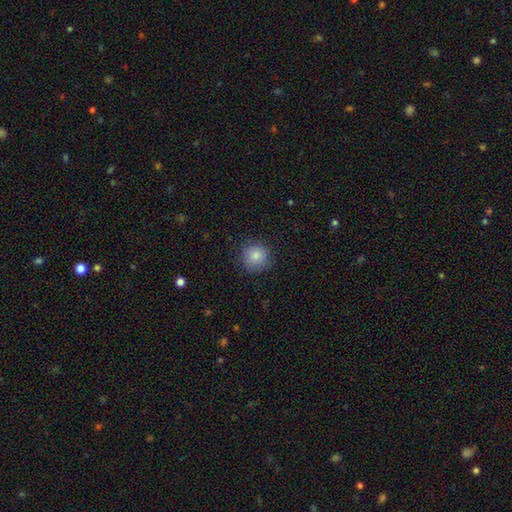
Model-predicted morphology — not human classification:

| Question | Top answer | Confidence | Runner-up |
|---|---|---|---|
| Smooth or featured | smooth | 85% | star or artifact (9%) |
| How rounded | round | 92% | in between (7%) |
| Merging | none | 84% | minor disturbance (12%) |